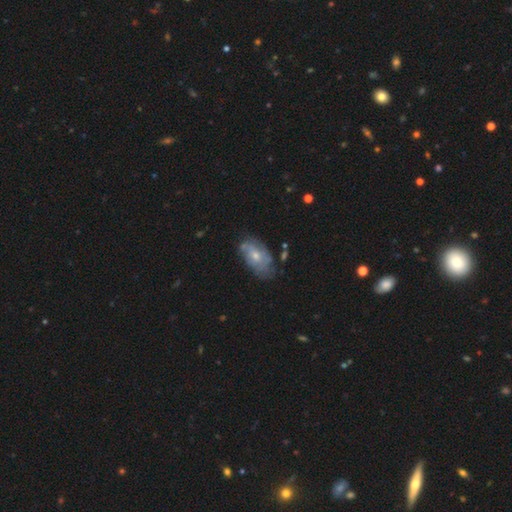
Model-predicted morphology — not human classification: The model was most divided on "bulge size": small: 55%, moderate: 41%, none: 2%, large: 2%, dominant: 1%. More confident: edge-on disk — no (94%); bar — no (77%); spiral arms — yes (65%); merging — none (59%); smooth or featured — featured or disk (58%).